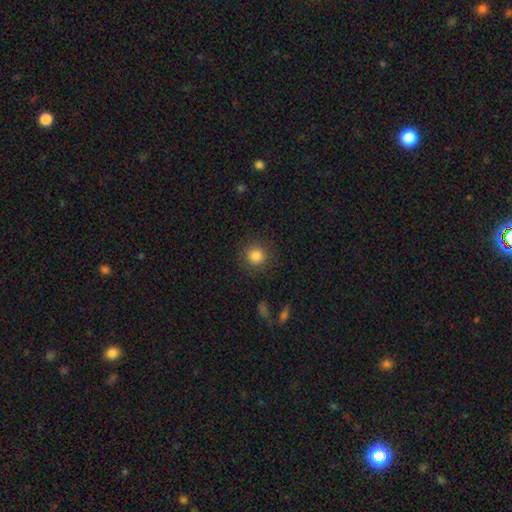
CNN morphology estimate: This appears to be a smooth galaxy with no disk features (84%) that is round (94%). Merging: none (89%).